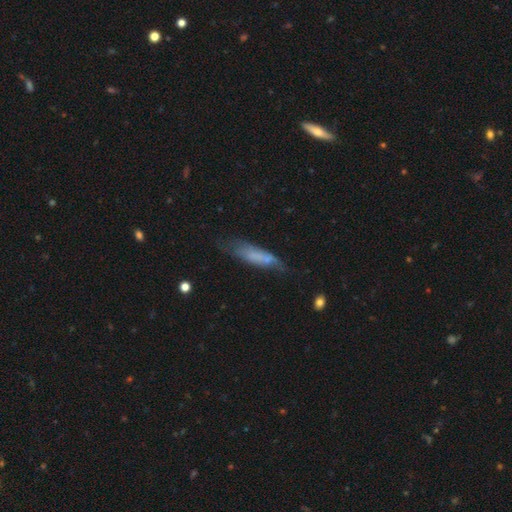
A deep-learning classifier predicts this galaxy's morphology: A smooth galaxy with no disk features (59%) that is cigar-shaped (71%).

Vote fractions:
- Smooth or featured? smooth: 59% / featured or disk: 32% / star or artifact: 9%
- How rounded? cigar-shaped: 71% / in between: 27% / round: 2%
- Merging? none: 50% / minor disturbance: 30% / major disturbance: 16% / merger: 4%